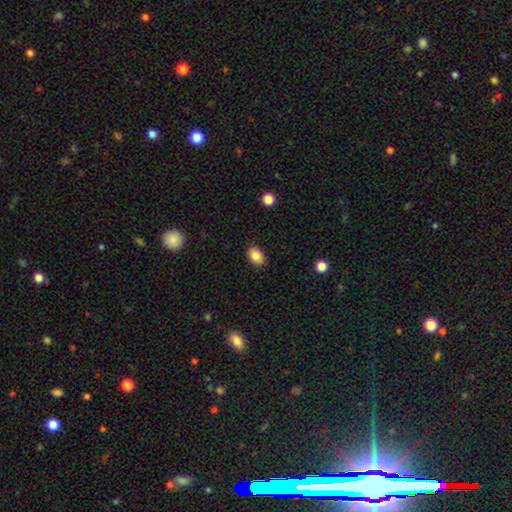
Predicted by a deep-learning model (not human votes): This is clearly a smooth galaxy (86%). How rounded: likely in between (75%). Merging: clearly none (87%).